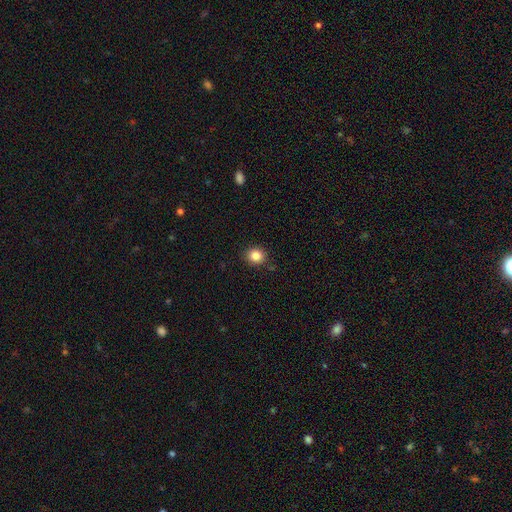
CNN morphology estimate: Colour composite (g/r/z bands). It shows a smooth galaxy with no disk features (85%) that is round (82%). Merging: none (88%).